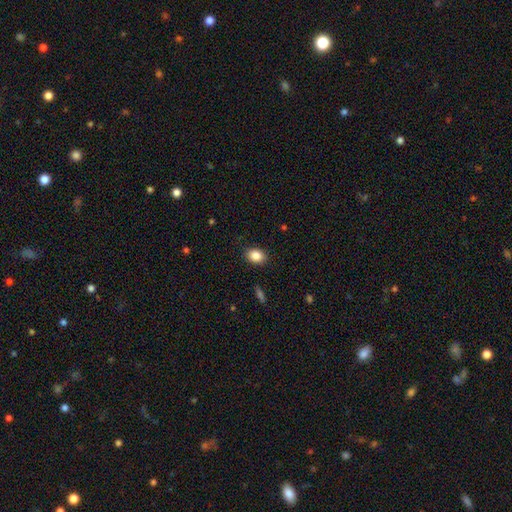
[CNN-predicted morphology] smooth_or_featured: smooth (p=0.85) [alt: star or artifact p=0.09]
how_rounded: in between (p=0.66) [alt: round p=0.33]
merging: none (p=0.88) [alt: minor disturbance p=0.09]